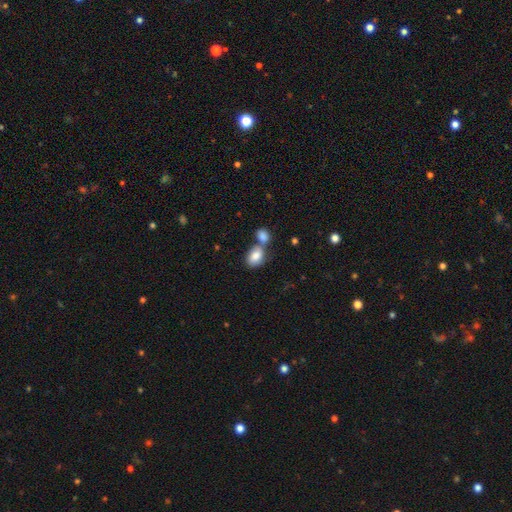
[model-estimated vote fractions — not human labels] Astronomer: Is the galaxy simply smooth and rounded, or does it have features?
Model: smooth — 82%.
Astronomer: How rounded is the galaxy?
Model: in between — 81%.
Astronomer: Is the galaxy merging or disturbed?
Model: merger — 52% (runner-up: none, 32%).